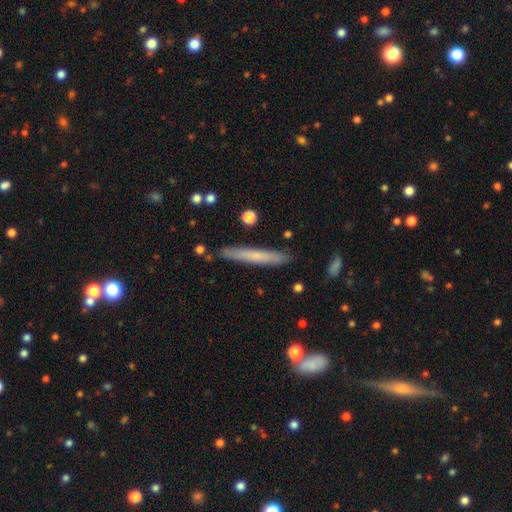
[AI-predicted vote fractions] smooth_or_featured: smooth (p=0.62) [alt: featured or disk p=0.31]
how_rounded: cigar-shaped (p=0.95) [alt: in between p=0.03]
merging: none (p=0.87) [alt: minor disturbance p=0.09]